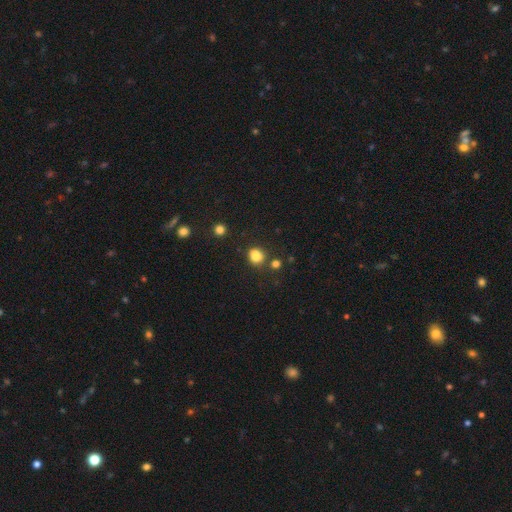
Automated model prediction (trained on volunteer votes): Morphology: type=smooth (82%); roundness=round (64%); merging=none (70%).